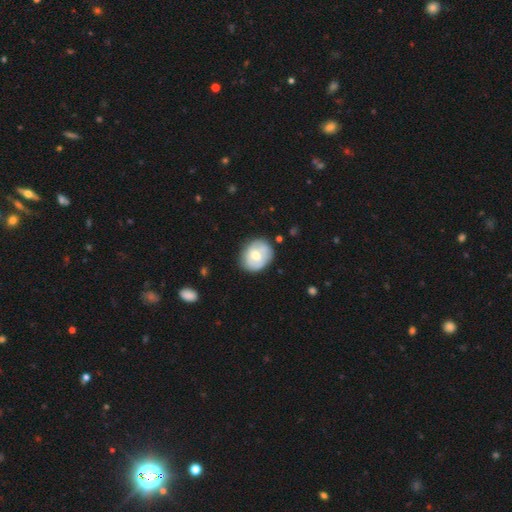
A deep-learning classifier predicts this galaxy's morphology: A featured or disk galaxy (51%).

Vote fractions:
- Smooth or featured? featured or disk: 51% / smooth: 43% / star or artifact: 6%
- Edge-on disk? no: 96% / yes: 4%
- Merging? none: 75% / minor disturbance: 19% / major disturbance: 5% / merger: 2%